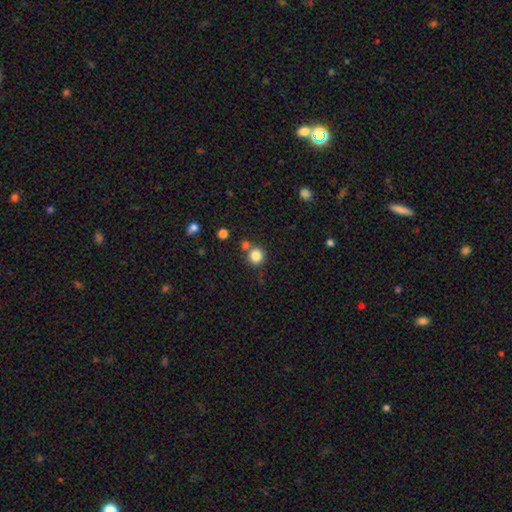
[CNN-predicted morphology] A smooth galaxy with no disk features (83%) that is round (93%). Merging: none (70%).